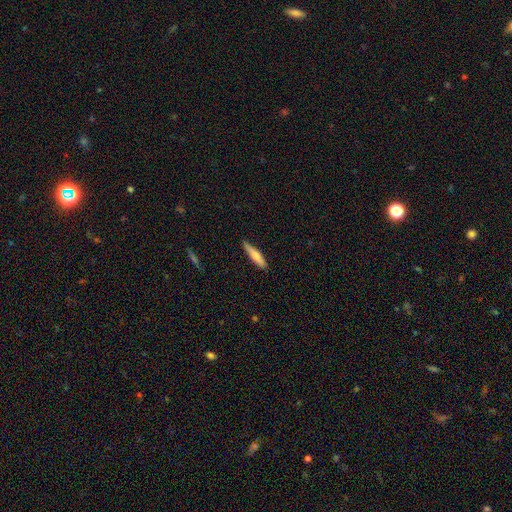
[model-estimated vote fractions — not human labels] smooth-or-featured: smooth: 73% | featured or disk: 22% | star or artifact: 5%
  how-rounded: cigar-shaped: 85% | in between: 13% | round: 1%
  merging: none: 86% | minor disturbance: 11% | major disturbance: 2% | merger: 1%